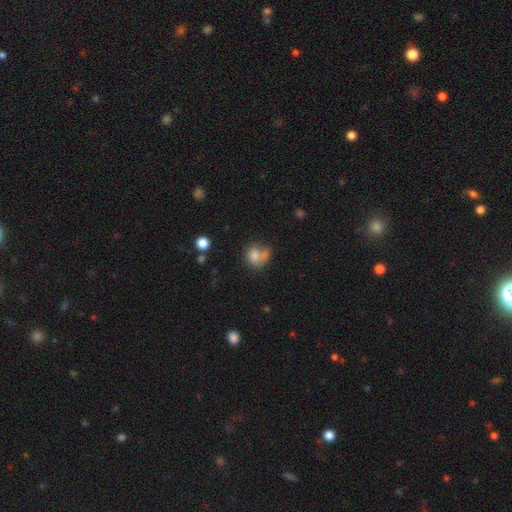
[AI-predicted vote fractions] Overall: smooth (78%). How rounded: round (67%; in between 32%). Merging: none (39%; merger 29%).